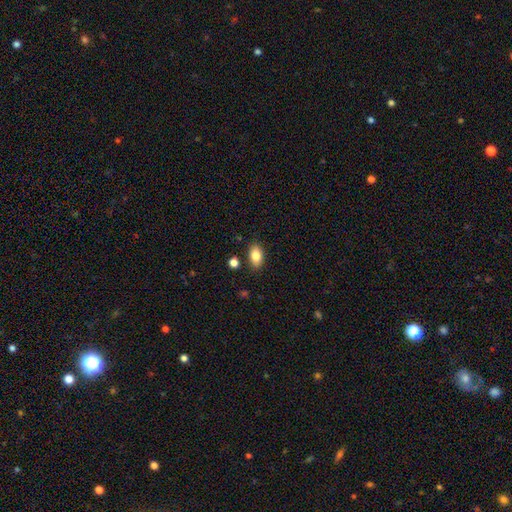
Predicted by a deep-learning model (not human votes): A smooth galaxy with no disk features (83%) that is in between round and cigar-shaped (89%).

Vote fractions:
- Smooth or featured? smooth: 83% / featured or disk: 9% / star or artifact: 8%
- How rounded? in between: 89% / round: 9% / cigar-shaped: 2%
- Merging? none: 84% / minor disturbance: 10% / merger: 3% / major disturbance: 2%